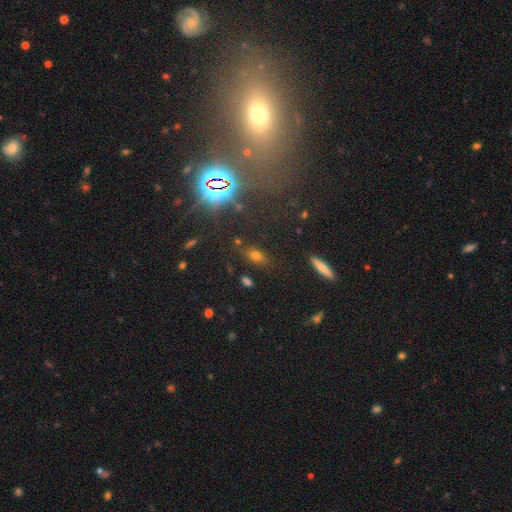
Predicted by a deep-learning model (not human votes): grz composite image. It shows a smooth galaxy with no disk features (54%) that is in between round and cigar-shaped (72%). Merging: none (81%).